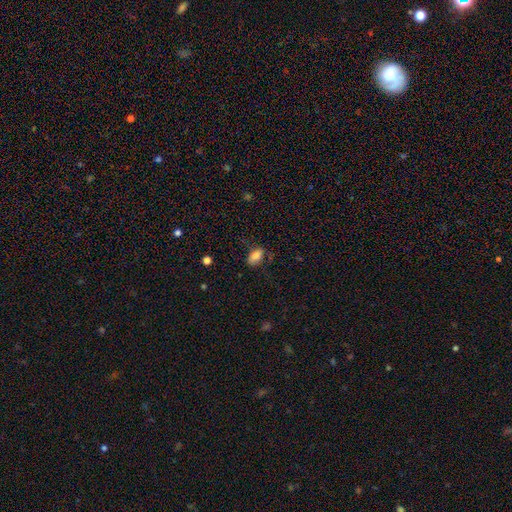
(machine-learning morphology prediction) Q: Smooth or featured?
A: smooth (83%); runner-up: star or artifact (9%)
Q: How rounded?
A: in between (90%); runner-up: round (7%)
Q: Merging?
A: none (69%); runner-up: minor disturbance (22%)